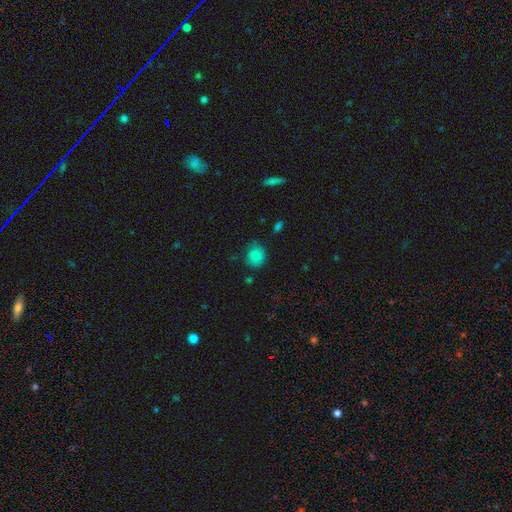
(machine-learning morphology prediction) smooth 84%, star or artifact 10%, featured or disk 7%. Down the decision tree: how rounded — round (63%); merging — none (63%).